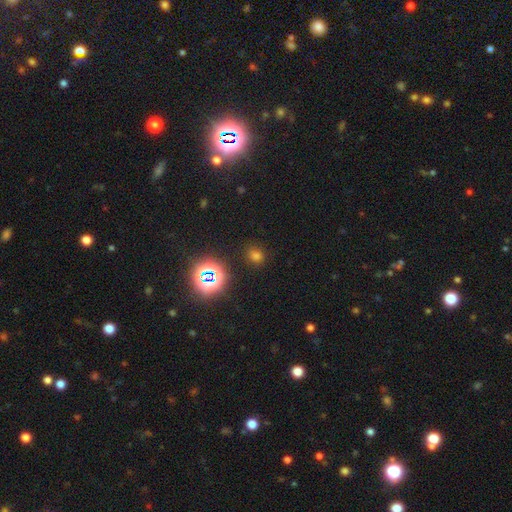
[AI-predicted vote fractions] Smooth or featured? Predicted: smooth (p=0.61). How rounded? Predicted: round (p=0.72). Merging? Predicted: none (p=0.84).